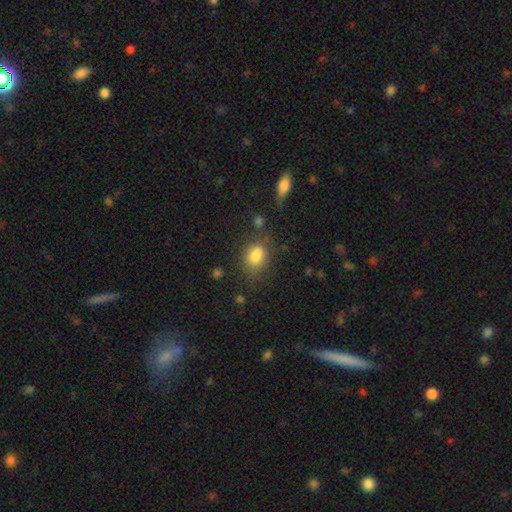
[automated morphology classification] smooth 79%, star or artifact 11%, featured or disk 9%. Down the decision tree: how rounded — in between (61%); merging — none (58%).